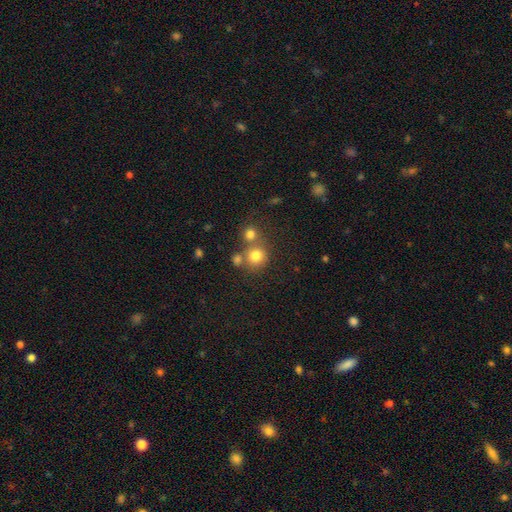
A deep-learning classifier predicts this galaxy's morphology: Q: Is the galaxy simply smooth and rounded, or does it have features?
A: smooth — 77%.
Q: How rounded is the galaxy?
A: round — 89%.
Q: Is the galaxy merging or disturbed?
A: none — 60%.